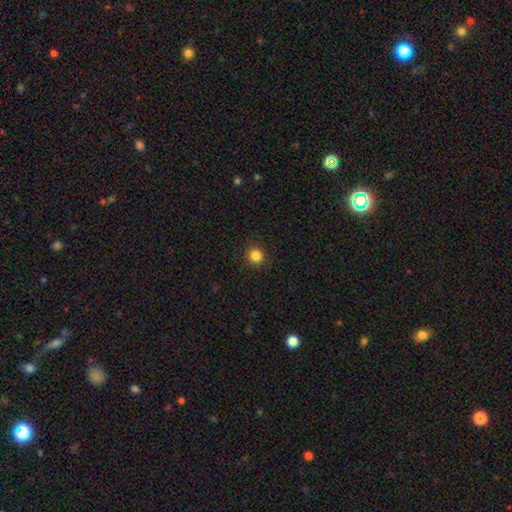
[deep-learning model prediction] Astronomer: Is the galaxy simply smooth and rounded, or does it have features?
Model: smooth — 84%.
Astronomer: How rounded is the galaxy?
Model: round — 93%.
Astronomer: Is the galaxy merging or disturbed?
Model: none — 92%.